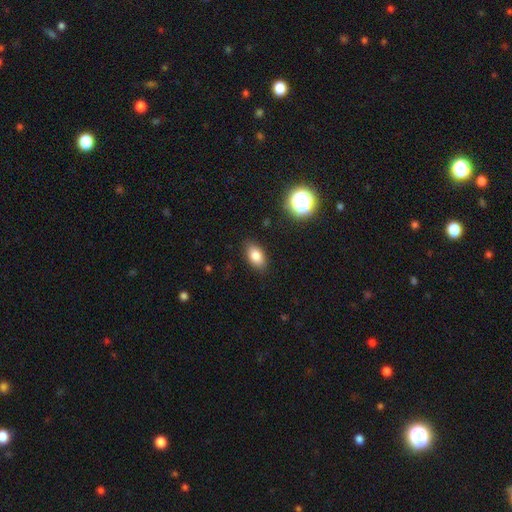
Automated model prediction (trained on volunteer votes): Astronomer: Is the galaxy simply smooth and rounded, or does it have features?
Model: smooth — 82%.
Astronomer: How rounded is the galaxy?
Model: in between — 90%.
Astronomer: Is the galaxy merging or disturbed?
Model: none — 87%.